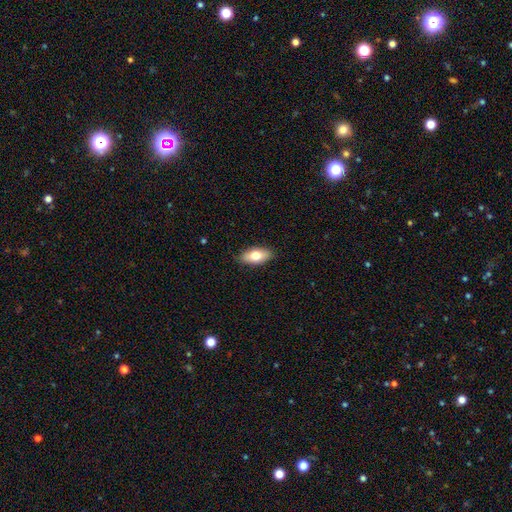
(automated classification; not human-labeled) Smooth or featured? smooth (75%)
How rounded? in between (88%)
Merging? none (88%)